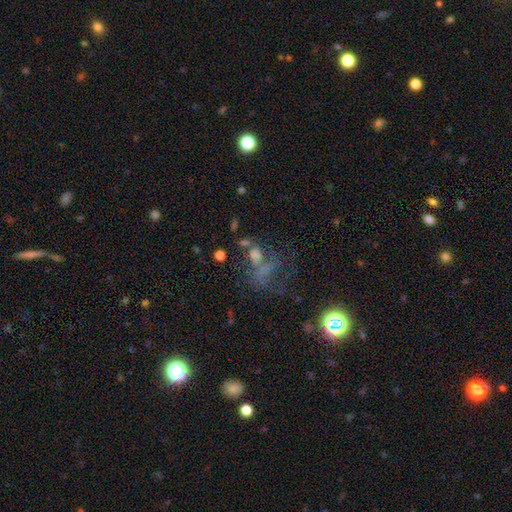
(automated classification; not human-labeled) A featured or disk galaxy (35%). Merging: none (34%).